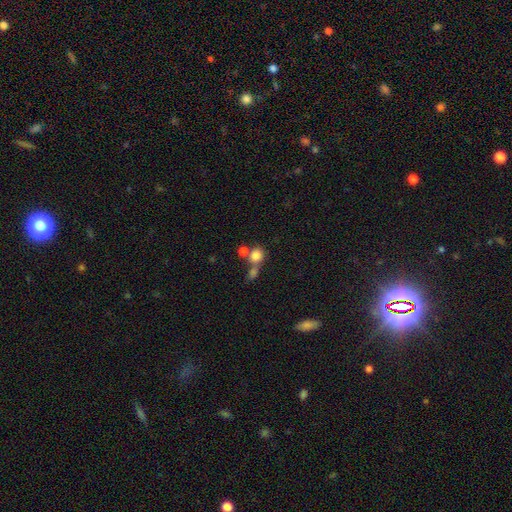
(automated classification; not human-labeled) Q: Smooth or featured?
A: smooth (80%); runner-up: star or artifact (11%)
Q: How rounded?
A: round (78%); runner-up: in between (21%)
Q: Merging?
A: merger (44%); runner-up: none (40%)